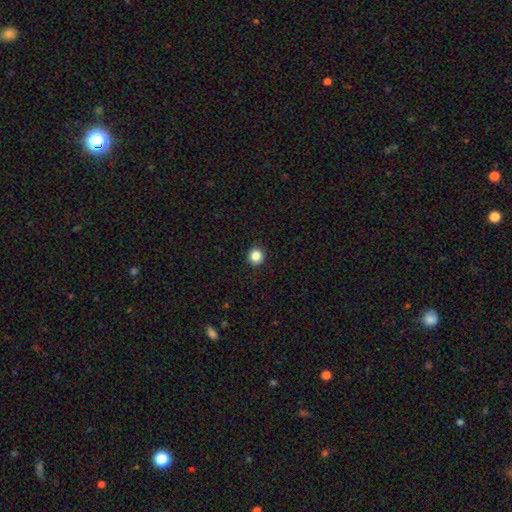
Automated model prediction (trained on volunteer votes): Q: Smooth or featured?
A: smooth (86%); runner-up: star or artifact (10%)
Q: How rounded?
A: round (93%); runner-up: in between (6%)
Q: Merging?
A: none (93%); runner-up: minor disturbance (5%)